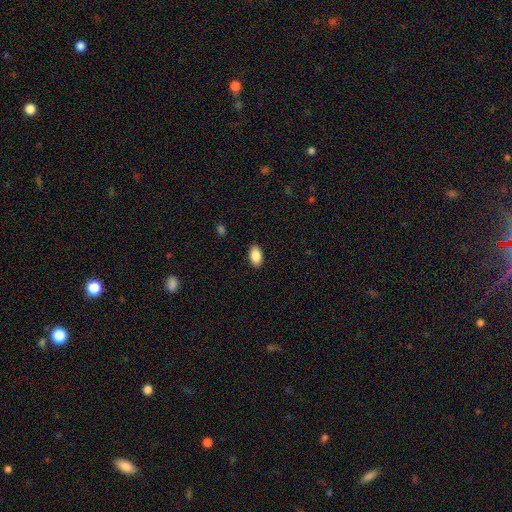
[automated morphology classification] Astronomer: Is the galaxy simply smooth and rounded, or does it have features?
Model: smooth — 89%.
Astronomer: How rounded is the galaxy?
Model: in between — 92%.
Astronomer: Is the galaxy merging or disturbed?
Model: none — 89%.